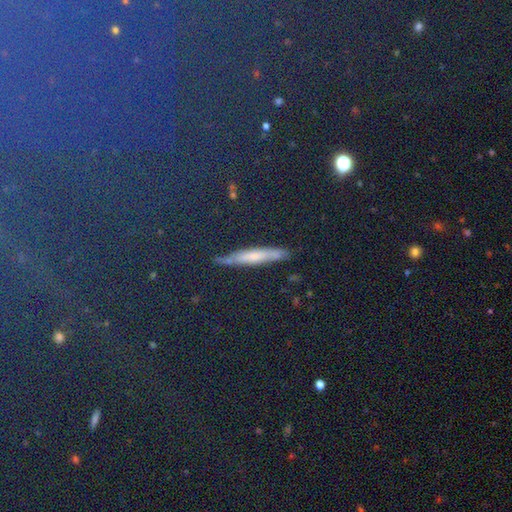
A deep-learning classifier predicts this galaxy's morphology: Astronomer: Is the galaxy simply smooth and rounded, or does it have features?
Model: smooth — 39% (runner-up: star or artifact, 36%).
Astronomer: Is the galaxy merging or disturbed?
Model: none — 88%.